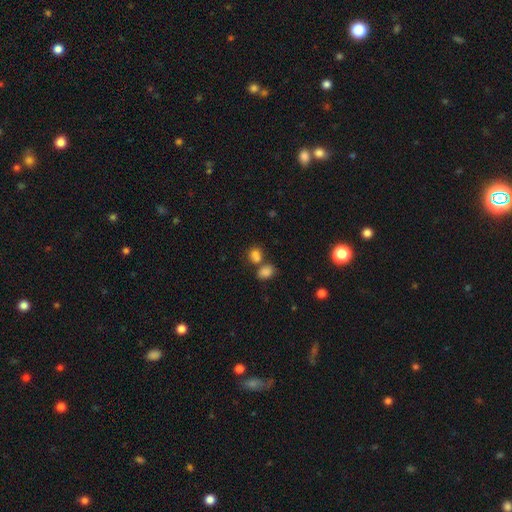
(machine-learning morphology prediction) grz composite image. It shows a smooth galaxy with no disk features (80%) that is round (50%). Merging: merger (44%).